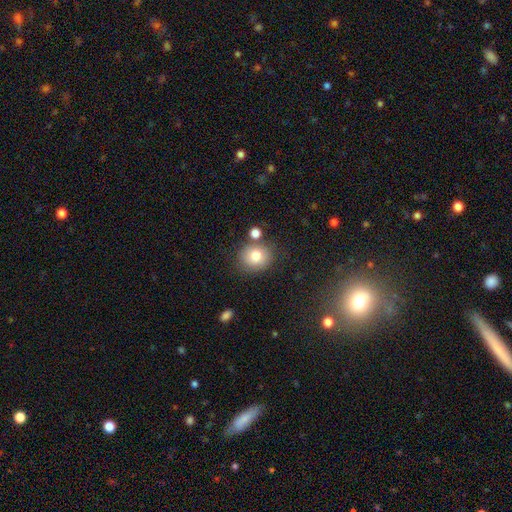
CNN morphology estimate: type=smooth (78%); roundness=round (76%); merging=none (72%).